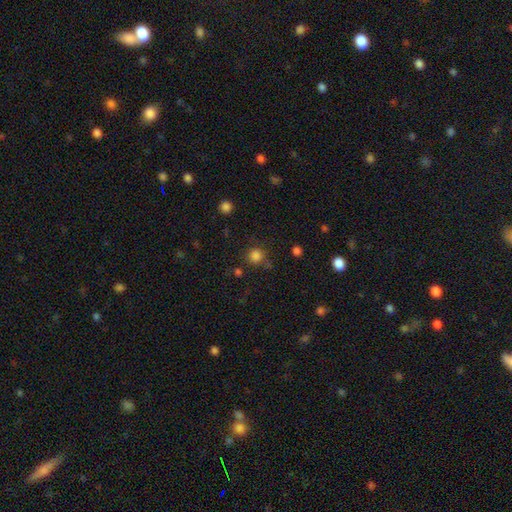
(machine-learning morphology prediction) smooth_or_featured: smooth (p=0.82) [alt: star or artifact p=0.14]
how_rounded: round (p=0.92) [alt: in between p=0.07]
merging: none (p=0.78) [alt: minor disturbance p=0.11]